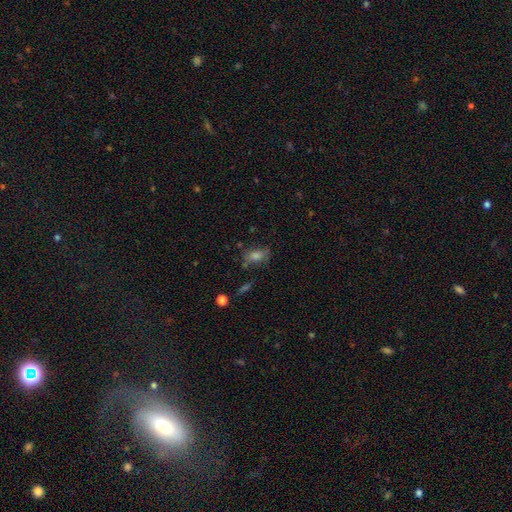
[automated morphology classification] Q: Smooth or featured?
A: smooth (61%); runner-up: star or artifact (20%)
Q: How rounded?
A: in between (79%); runner-up: round (15%)
Q: Merging?
A: none (64%); runner-up: minor disturbance (20%)